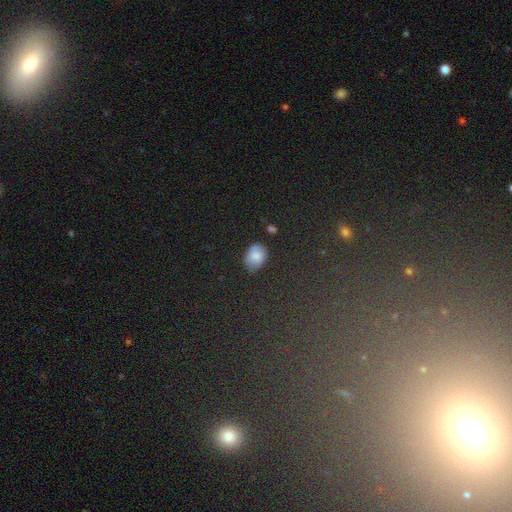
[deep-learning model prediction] Smooth or featured? Predicted: smooth (p=0.81). How rounded? Predicted: in between (p=0.66). Merging? Predicted: none (p=0.74).